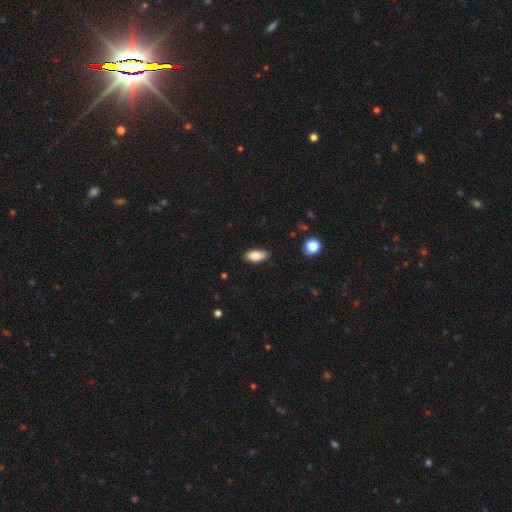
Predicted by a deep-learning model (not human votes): Smooth or featured?
  - smooth: 85% *
  - featured or disk: 8%
  - star or artifact: 7%
How rounded?
  - in between: 89% *
  - cigar-shaped: 8%
  - round: 2%
Merging?
  - none: 82% *
  - minor disturbance: 15%
  - major disturbance: 2%
  - merger: 1%